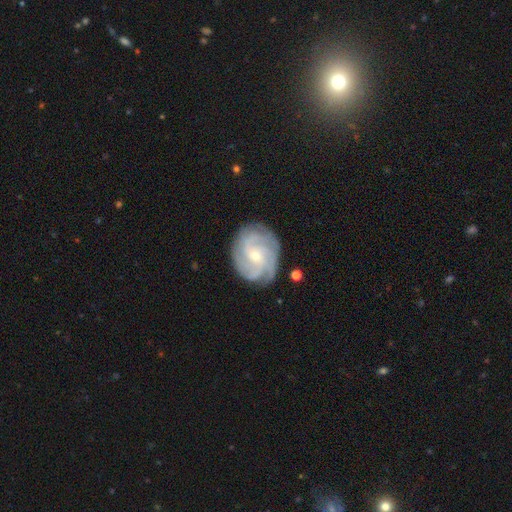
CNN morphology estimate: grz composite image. It shows a featured or disk galaxy (87%) with no bar (58%), 4 (34%) tight (61%) spiral arms (97%) and a small central bulge (69%). Merging: none (79%).